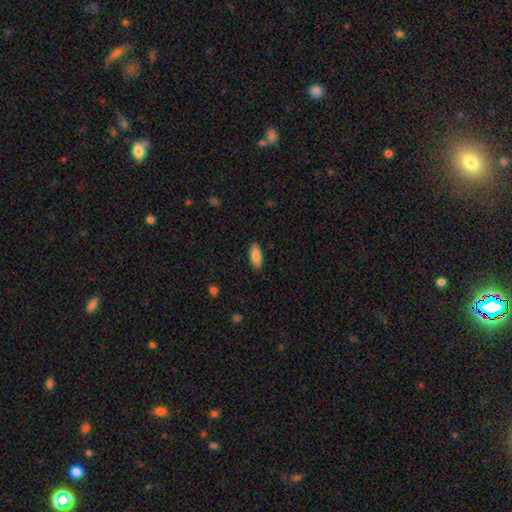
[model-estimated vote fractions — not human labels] Q: Smooth or featured?
A: smooth (85%); runner-up: featured or disk (9%)
Q: How rounded?
A: in between (82%); runner-up: cigar-shaped (17%)
Q: Merging?
A: none (88%); runner-up: minor disturbance (9%)